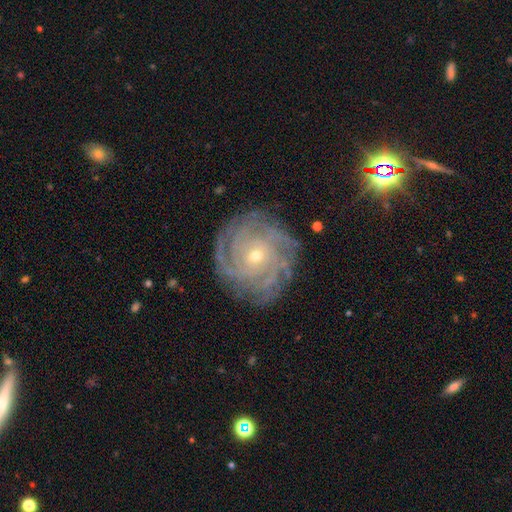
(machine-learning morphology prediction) Smooth or featured? Predicted: featured or disk (p=0.86). Edge-on disk? Predicted: no (p=0.97). Bar? Predicted: no (p=0.73). Spiral arms? Predicted: yes (p=0.97). Spiral winding? Predicted: tight (p=0.81). Spiral arm count? Predicted: can't tell (p=0.26). Bulge size? Predicted: small (p=0.64). Merging? Predicted: none (p=0.83).